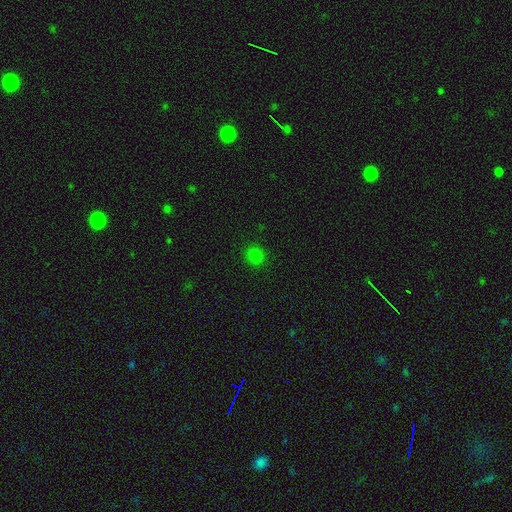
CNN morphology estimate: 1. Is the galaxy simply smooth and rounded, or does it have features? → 79% smooth, 17% star or artifact, 4% featured or disk.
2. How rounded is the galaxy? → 90% round, 9% in between, 1% cigar-shaped.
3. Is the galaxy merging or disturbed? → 90% none, 6% minor disturbance, 2% major disturbance, 1% merger.